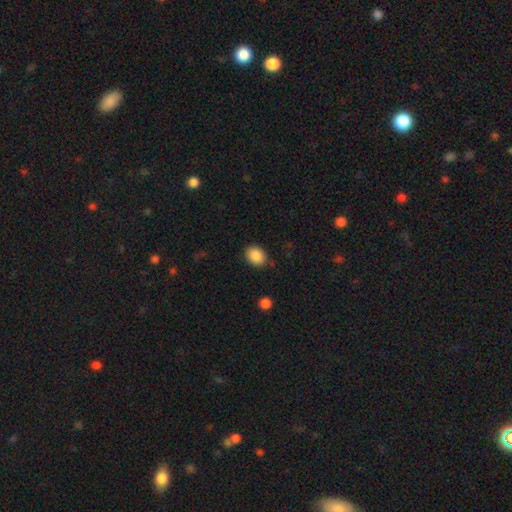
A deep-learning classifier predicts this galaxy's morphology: A smooth galaxy with no disk features (88%) that is in between round and cigar-shaped (57%). Merging: none (85%).